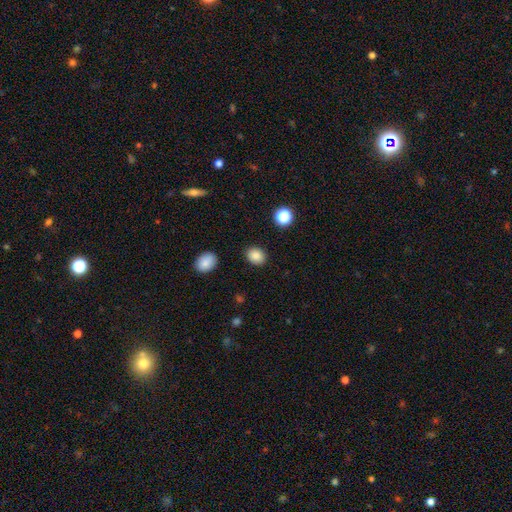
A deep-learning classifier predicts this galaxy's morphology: type=smooth (85%); roundness=round (56%); merging=none (88%).